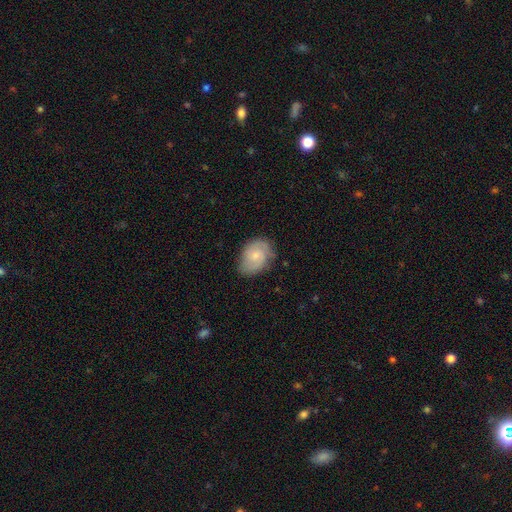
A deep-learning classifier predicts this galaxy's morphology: type=featured or disk (50%); edge-on=no (97%); merging=none (69%).